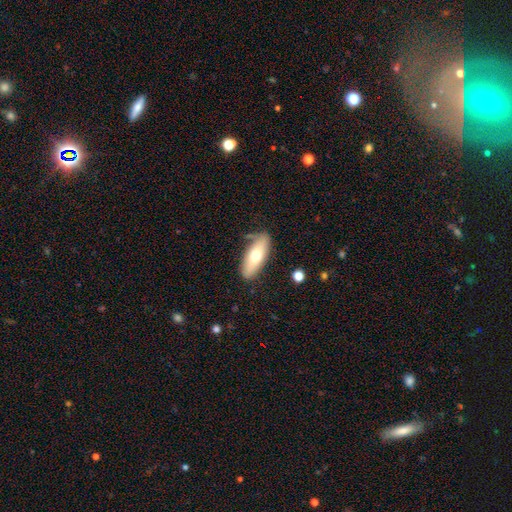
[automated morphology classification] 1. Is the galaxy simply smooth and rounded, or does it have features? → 65% smooth, 29% featured or disk, 6% star or artifact.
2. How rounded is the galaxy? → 71% in between, 26% cigar-shaped, 2% round.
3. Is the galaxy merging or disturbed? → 77% none, 16% minor disturbance, 4% major disturbance, 3% merger.